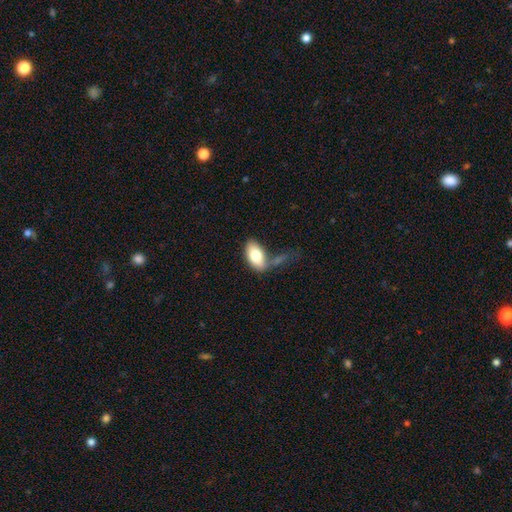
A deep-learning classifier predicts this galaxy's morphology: A smooth galaxy with no disk features (79%) that is in between round and cigar-shaped (94%). Merging: none (42%).